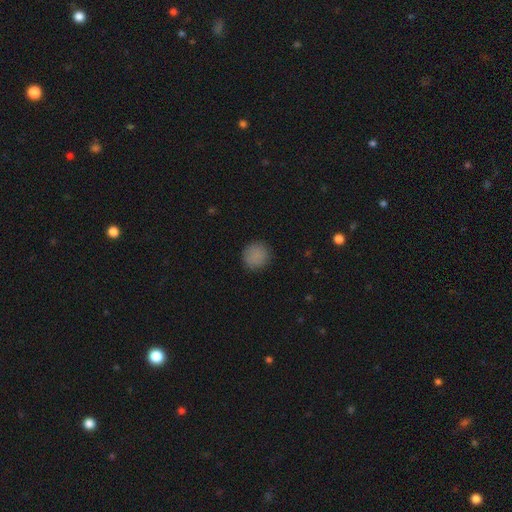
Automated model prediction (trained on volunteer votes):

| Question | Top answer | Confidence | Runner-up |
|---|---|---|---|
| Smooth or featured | smooth | 85% | star or artifact (10%) |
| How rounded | round | 91% | in between (8%) |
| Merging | none | 88% | minor disturbance (9%) |